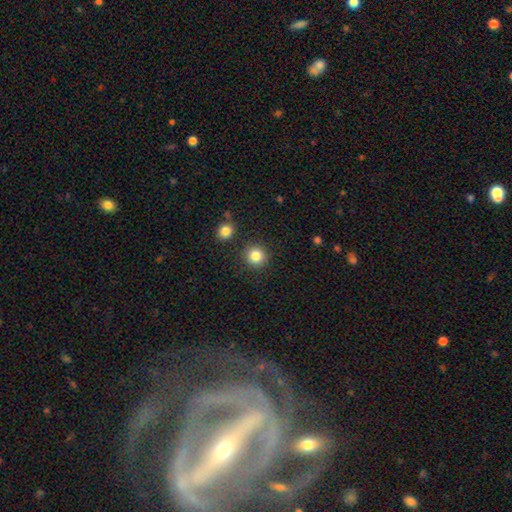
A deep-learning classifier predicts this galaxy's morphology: A smooth galaxy with no disk features (84%) that is round (93%). Merging: none (88%).